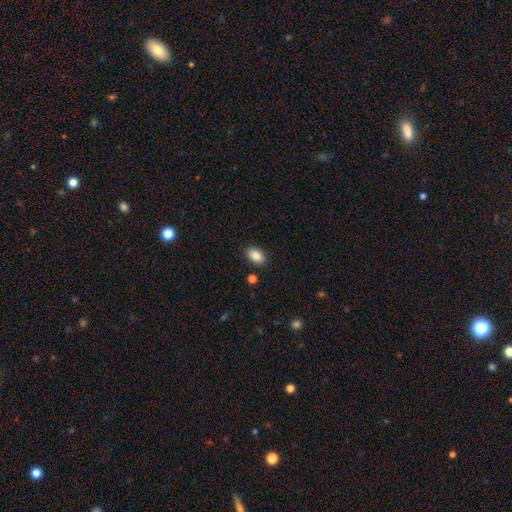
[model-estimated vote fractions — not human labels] smooth-or-featured: smooth: 87% | star or artifact: 7% | featured or disk: 5%
  how-rounded: in between: 92% | round: 7% | cigar-shaped: 2%
  merging: none: 87% | minor disturbance: 9% | major disturbance: 2% | merger: 2%